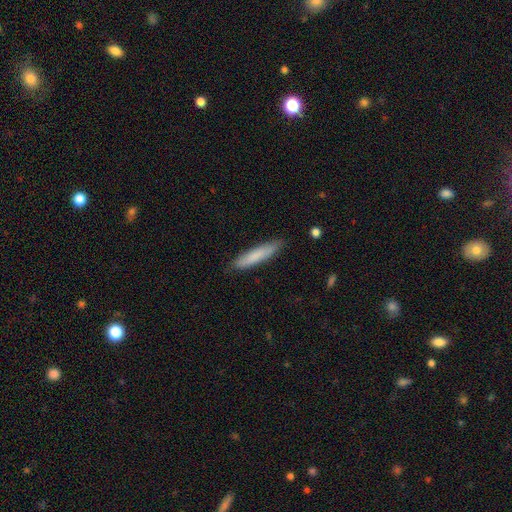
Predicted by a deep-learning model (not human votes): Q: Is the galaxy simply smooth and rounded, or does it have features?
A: smooth — 79%.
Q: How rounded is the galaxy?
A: cigar-shaped — 87%.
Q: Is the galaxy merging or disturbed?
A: none — 85%.